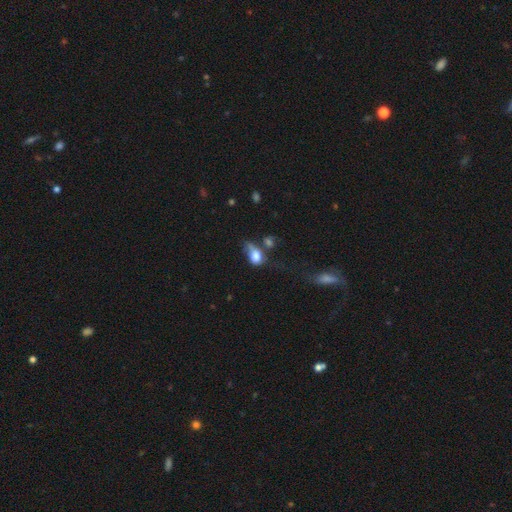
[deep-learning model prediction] Smooth or featured: smooth — 71% (featured or disk — 18%)
How rounded: in between — 66% (round — 32%)
Merging: major disturbance — 32% (merger — 25%)